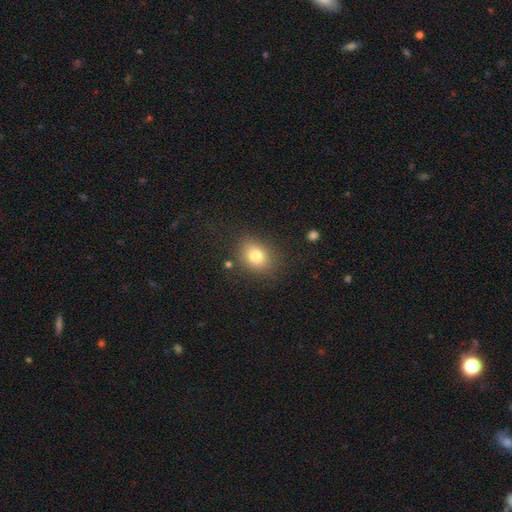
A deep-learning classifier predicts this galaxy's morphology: type=smooth (80%); roundness=in between (52%); merging=none (80%).